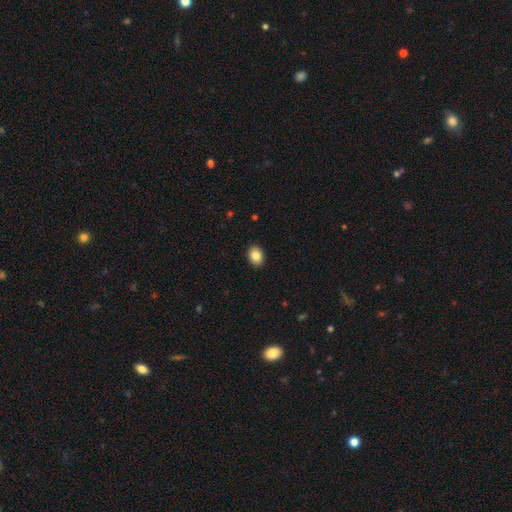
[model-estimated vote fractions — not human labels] This is clearly a smooth galaxy (85%). How rounded: possibly in between (59%). Merging: clearly none (91%).